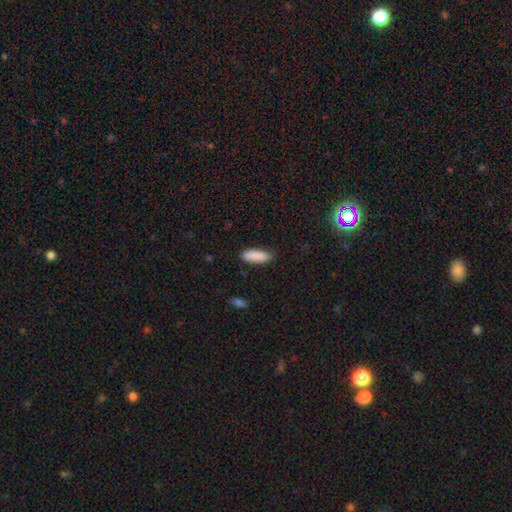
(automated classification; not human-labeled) Q: Smooth or featured?
A: smooth (89%); runner-up: star or artifact (6%)
Q: How rounded?
A: in between (55%); runner-up: cigar-shaped (43%)
Q: Merging?
A: none (82%); runner-up: minor disturbance (14%)